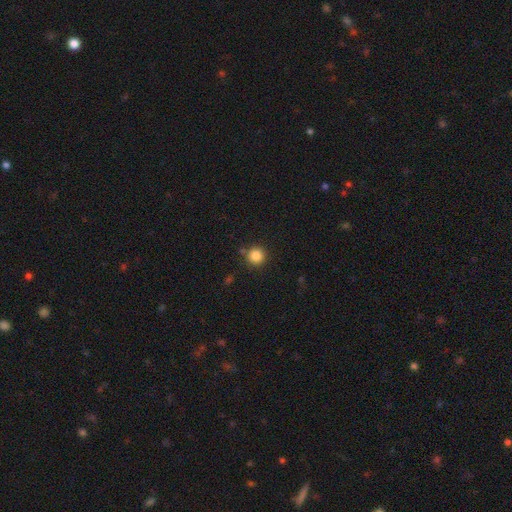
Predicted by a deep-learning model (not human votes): The model was most divided on "smooth or featured": smooth: 85%, star or artifact: 11%, featured or disk: 4%. More confident: how rounded — round (95%); merging — none (85%).